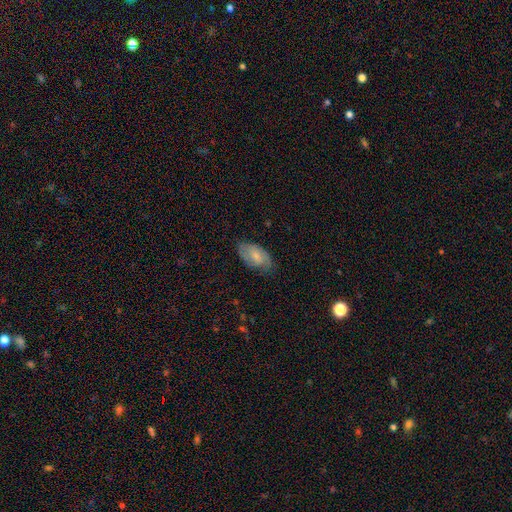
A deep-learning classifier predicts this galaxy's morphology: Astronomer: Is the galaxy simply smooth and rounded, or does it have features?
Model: smooth — 60%.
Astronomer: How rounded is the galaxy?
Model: in between — 93%.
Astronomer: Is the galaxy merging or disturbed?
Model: none — 70%.